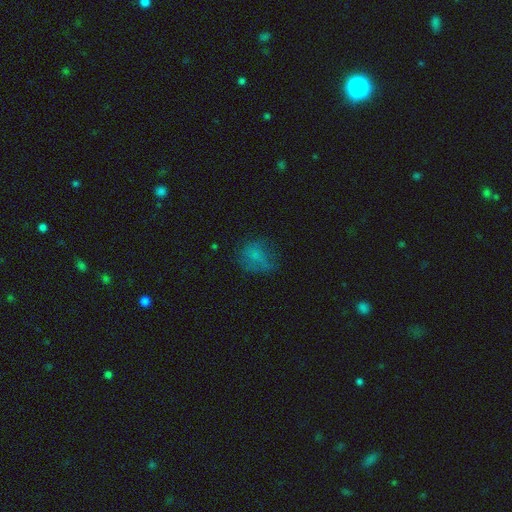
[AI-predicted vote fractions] The model was most divided on "how rounded": round: 58%, in between: 41%, cigar-shaped: 1%. Remaining: smooth or featured — smooth (60%); merging — none (48%).